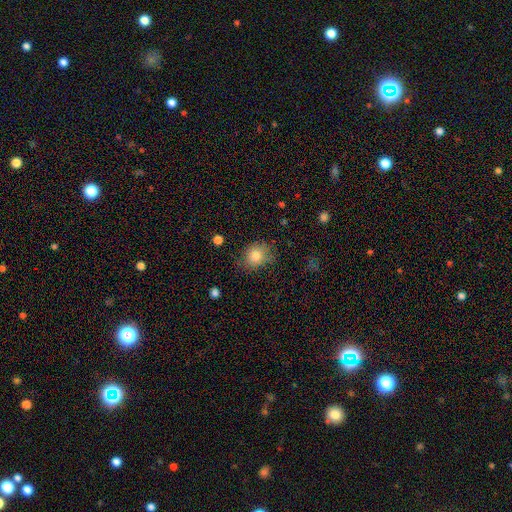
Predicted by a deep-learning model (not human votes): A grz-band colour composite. It shows a smooth galaxy with no disk features (81%) that is round (59%). Merging: none (69%).